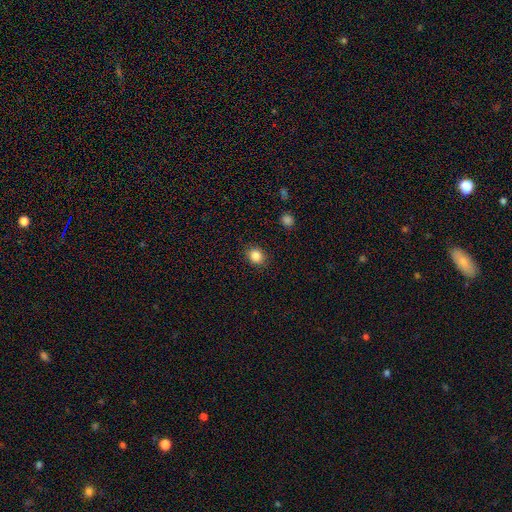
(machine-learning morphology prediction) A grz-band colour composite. It shows a smooth galaxy with no disk features (85%) that is round (70%). Merging: none (87%).